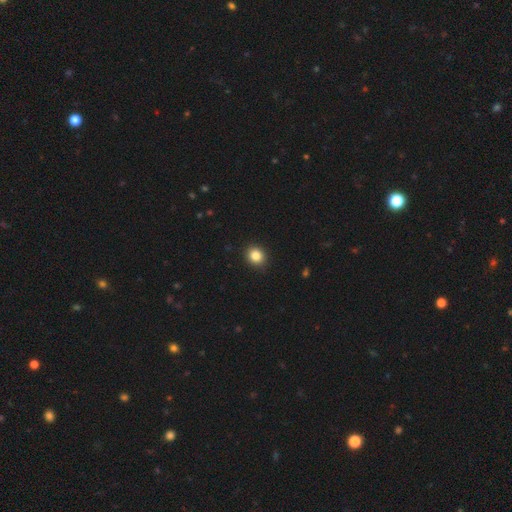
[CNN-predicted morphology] Smooth or featured?
  - smooth: 84% *
  - star or artifact: 11%
  - featured or disk: 5%
How rounded?
  - round: 79% *
  - in between: 20%
  - cigar-shaped: 1%
Merging?
  - none: 91% *
  - minor disturbance: 6%
  - major disturbance: 2%
  - merger: 1%